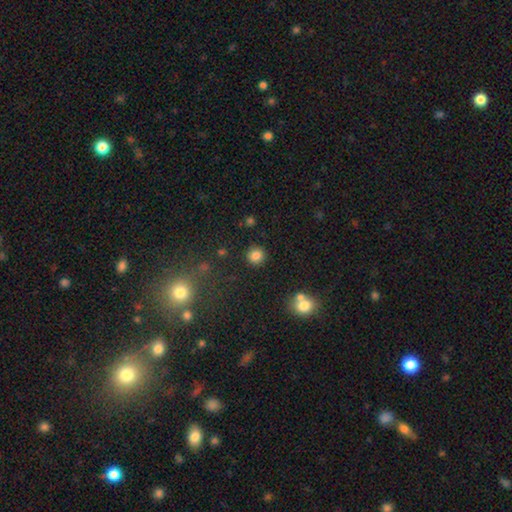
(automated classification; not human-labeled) A smooth galaxy with no disk features (83%) that is round (91%). Merging: none (89%).